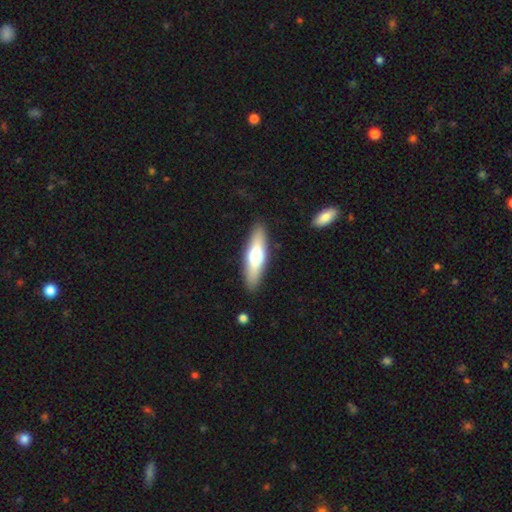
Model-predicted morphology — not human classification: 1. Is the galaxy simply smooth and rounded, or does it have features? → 55% smooth, 40% featured or disk, 6% star or artifact.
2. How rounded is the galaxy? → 60% cigar-shaped, 38% in between, 2% round.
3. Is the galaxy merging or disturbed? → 89% none, 8% minor disturbance, 2% major disturbance, 1% merger.